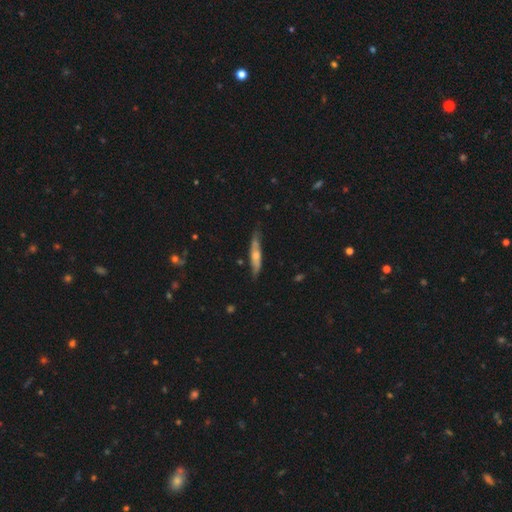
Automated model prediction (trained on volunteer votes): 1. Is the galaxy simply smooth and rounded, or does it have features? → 49% featured or disk, 46% smooth, 6% star or artifact.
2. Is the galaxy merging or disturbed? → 69% none, 24% minor disturbance, 5% major disturbance, 2% merger.